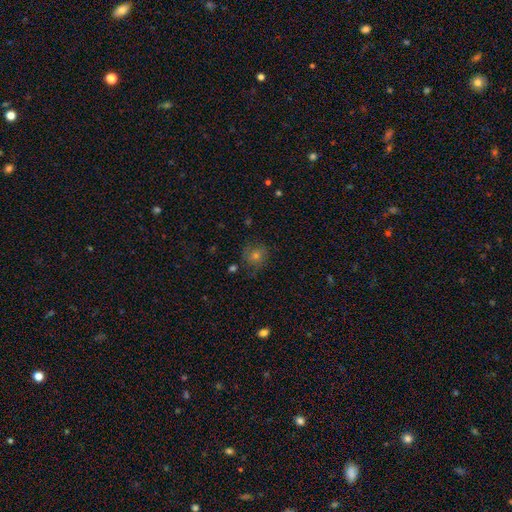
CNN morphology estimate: smooth_or_featured: smooth (p=0.47) [alt: featured or disk p=0.28]
merging: none (p=0.75) [alt: minor disturbance p=0.16]